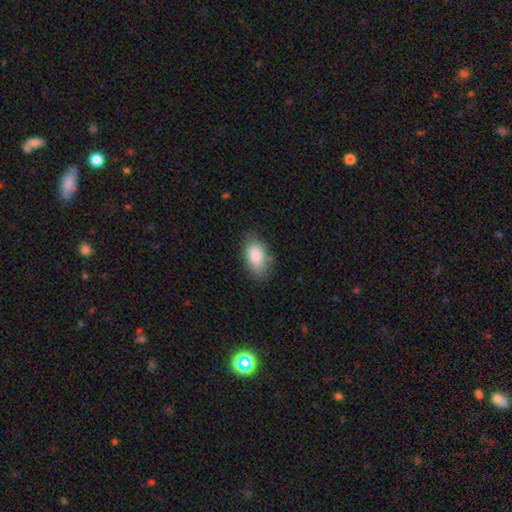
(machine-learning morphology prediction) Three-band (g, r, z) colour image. It shows a smooth galaxy with no disk features (85%) that is in between round and cigar-shaped (92%). Merging: none (74%).